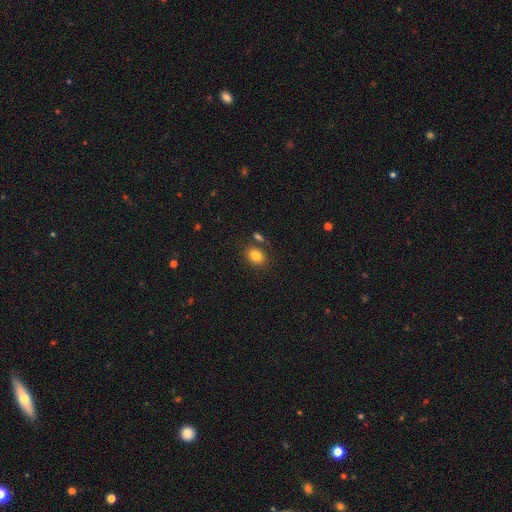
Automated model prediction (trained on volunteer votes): smooth-or-featured: smooth: 83% | star or artifact: 10% | featured or disk: 7%
  how-rounded: in between: 68% | round: 30% | cigar-shaped: 1%
  merging: none: 73% | minor disturbance: 12% | merger: 12% | major disturbance: 4%